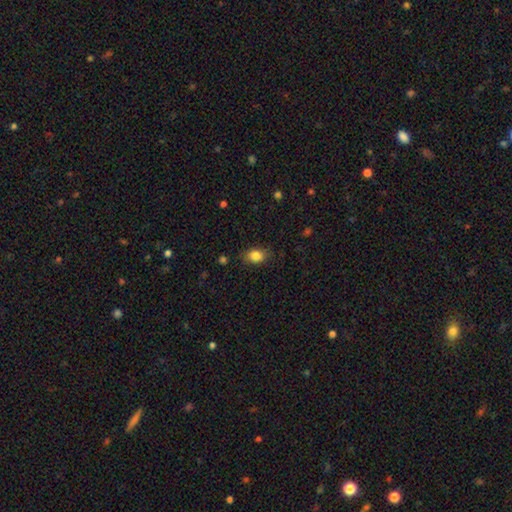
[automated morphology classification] Smooth or featured: smooth — 85% (star or artifact — 9%)
How rounded: in between — 74% (round — 25%)
Merging: none — 83% (minor disturbance — 13%)